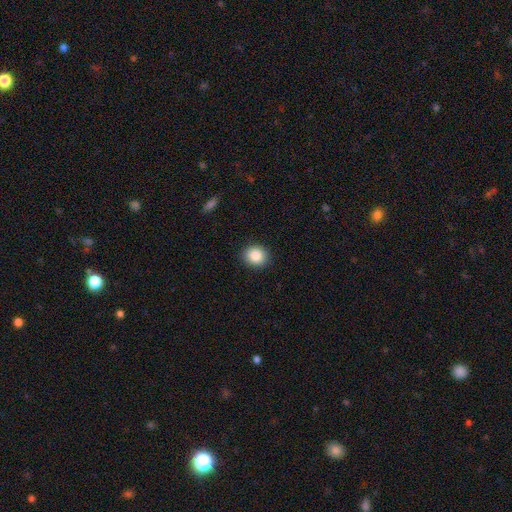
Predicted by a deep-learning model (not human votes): Morphology: type=smooth (86%); roundness=round (77%); merging=none (90%).